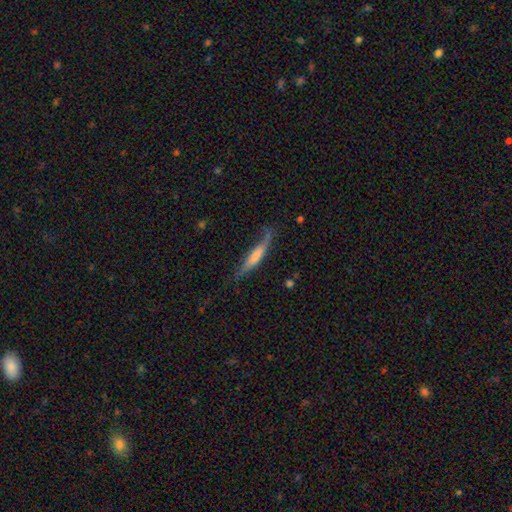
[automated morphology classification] smooth-or-featured: smooth: 48% | featured or disk: 46% | star or artifact: 6%
  merging: none: 60% | minor disturbance: 27% | major disturbance: 10% | merger: 3%